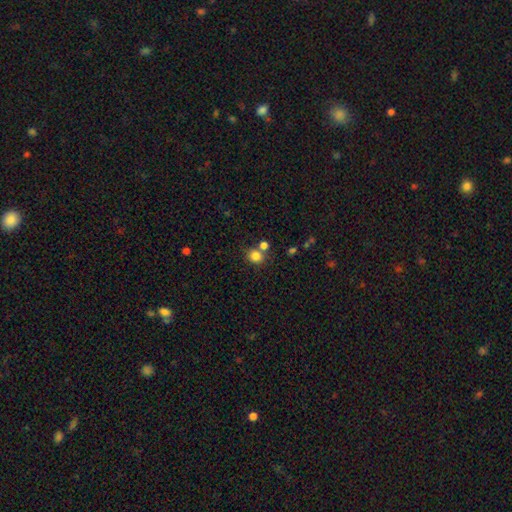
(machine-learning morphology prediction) Overall: smooth (81%). How rounded: round (77%). Merging: none (62%; merger 24%).